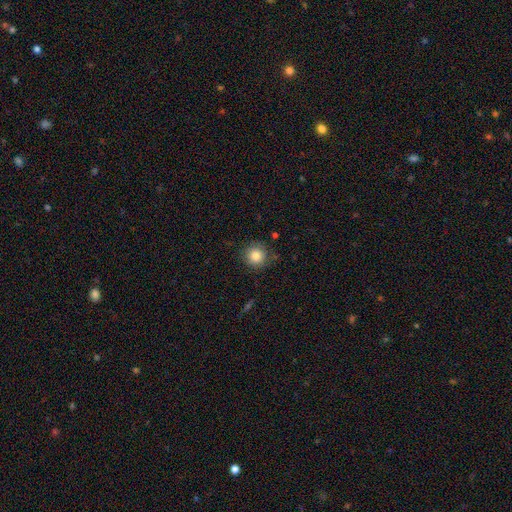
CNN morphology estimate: This appears to be a smooth galaxy with no disk features (84%) that is round (94%). Merging: none (86%).